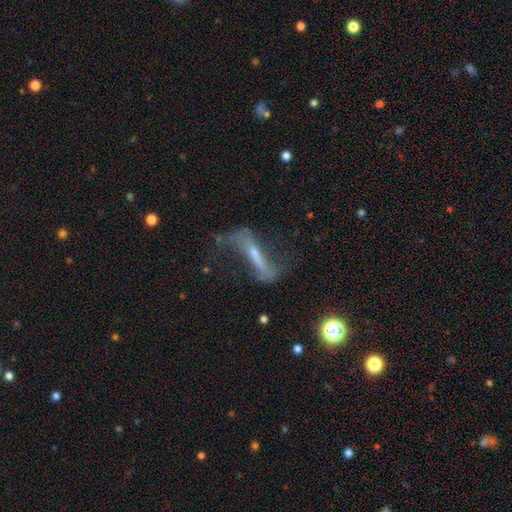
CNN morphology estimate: smooth_or_featured: featured or disk (p=0.71) [alt: smooth p=0.19]
disk_edge_on: no (p=0.71) [alt: yes p=0.29]
bar: strong (p=0.51) [alt: weak p=0.28]
has_spiral_arms: yes (p=0.77) [alt: no p=0.23]
bulge_size: small (p=0.46) [alt: moderate p=0.27]
merging: none (p=0.49) [alt: major disturbance p=0.26]